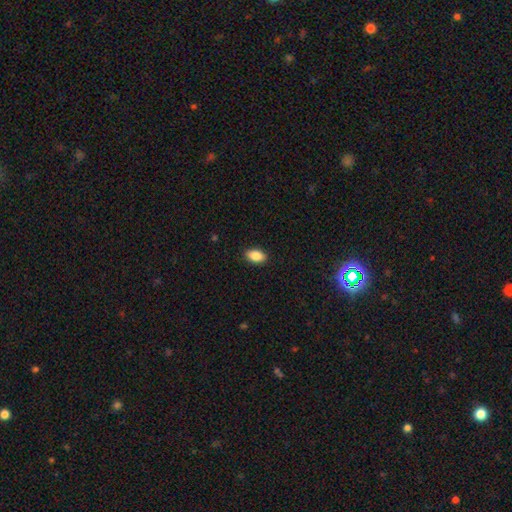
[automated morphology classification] Overall: smooth (87%). How rounded: in between (91%). Merging: none (89%).